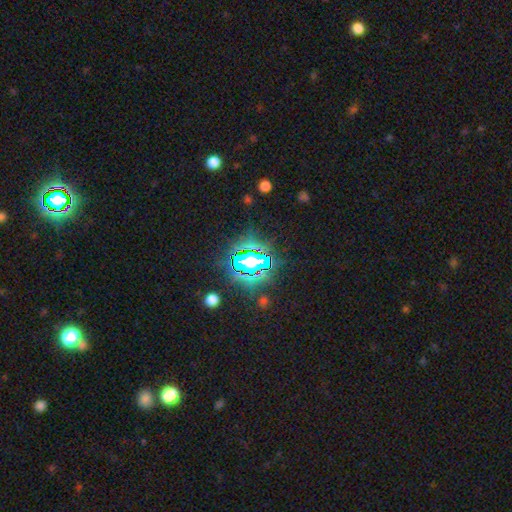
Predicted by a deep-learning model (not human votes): star or artifact 82%, smooth 11%, featured or disk 7%.